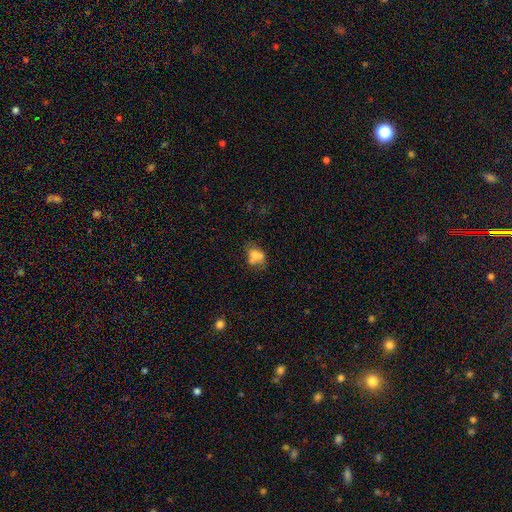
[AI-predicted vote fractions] This appears to be a smooth galaxy with no disk features (64%) that is in between round and cigar-shaped (70%). Merging: none (37%).